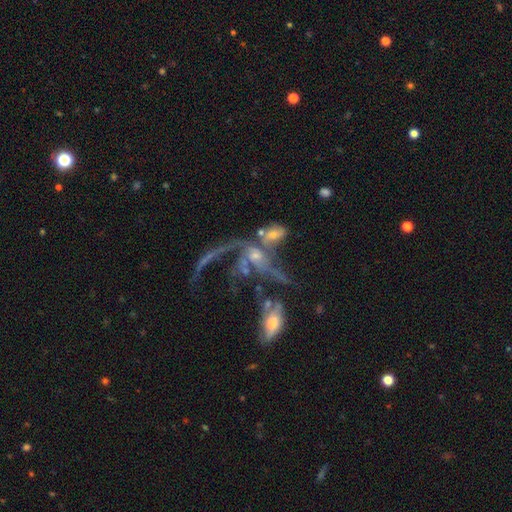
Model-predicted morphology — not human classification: Smooth or featured? Predicted: featured or disk (p=0.72). Edge-on disk? Predicted: no (p=0.94). Bar? Predicted: no (p=0.69). Spiral arms? Predicted: yes (p=0.64). Bulge size? Predicted: small (p=0.42). Merging? Predicted: merger (p=0.46).